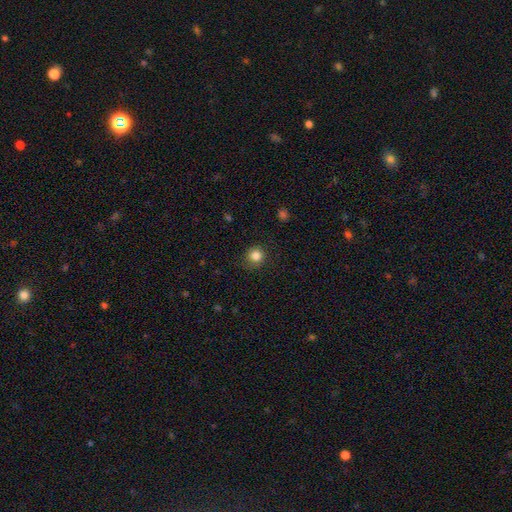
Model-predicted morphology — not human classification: Smooth or featured?
  - smooth: 84% *
  - star or artifact: 12%
  - featured or disk: 5%
How rounded?
  - round: 90% *
  - in between: 9%
  - cigar-shaped: 1%
Merging?
  - none: 80% *
  - minor disturbance: 15%
  - major disturbance: 4%
  - merger: 1%